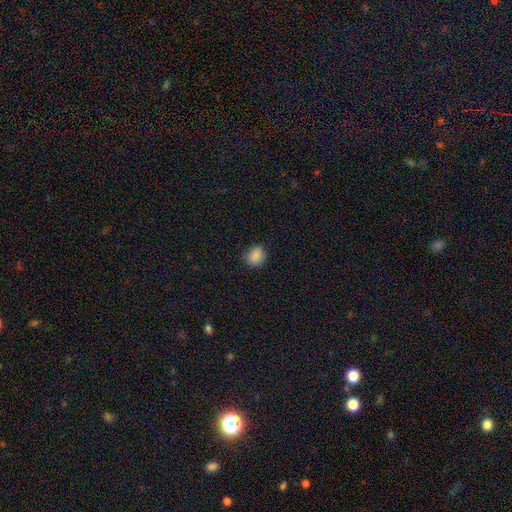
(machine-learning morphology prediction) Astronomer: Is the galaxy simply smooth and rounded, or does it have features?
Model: smooth — 88%.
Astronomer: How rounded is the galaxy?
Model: round — 71%.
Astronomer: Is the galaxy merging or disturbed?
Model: none — 85%.